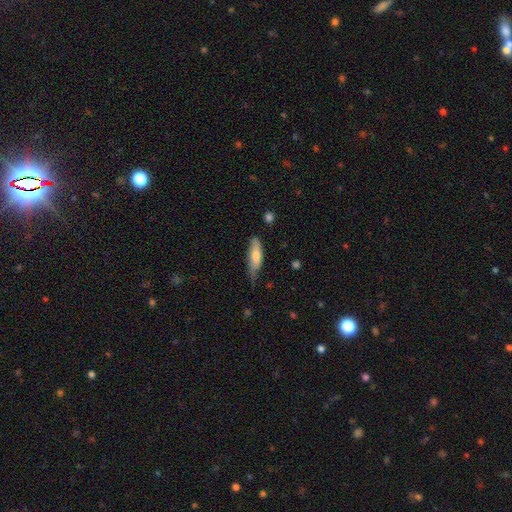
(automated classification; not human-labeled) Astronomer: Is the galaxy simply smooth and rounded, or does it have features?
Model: smooth — 67%.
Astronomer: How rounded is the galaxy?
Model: cigar-shaped — 56% (runner-up: in between, 42%).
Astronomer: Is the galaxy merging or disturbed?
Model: none — 50% (runner-up: minor disturbance, 38%).